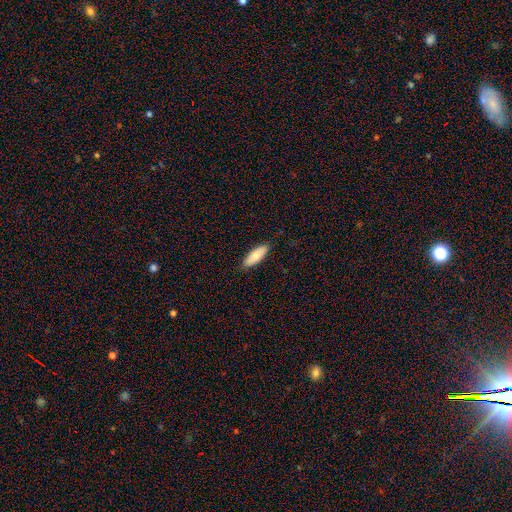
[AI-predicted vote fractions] The model was most divided on "how rounded": in between: 63%, cigar-shaped: 36%, round: 2%. More confident: merging — none (86%); smooth or featured — smooth (80%).